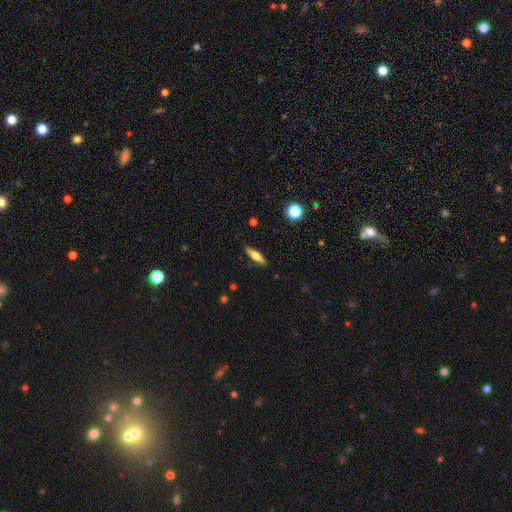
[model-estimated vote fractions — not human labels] This appears to be a featured or disk galaxy (47%). Merging: none (88%).